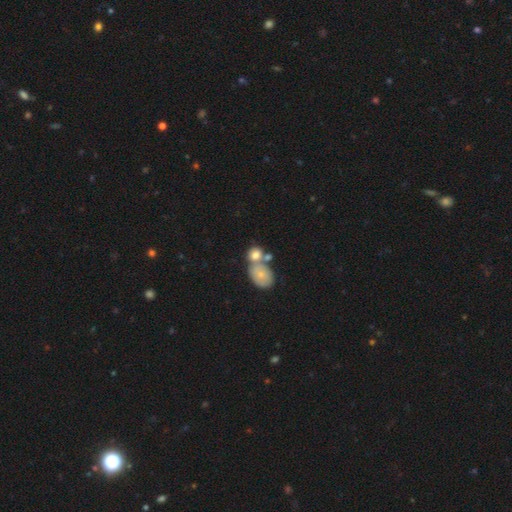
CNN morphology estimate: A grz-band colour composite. It shows a smooth galaxy with no disk features (73%) that is in between round and cigar-shaped (51%). Merging: merger (51%).